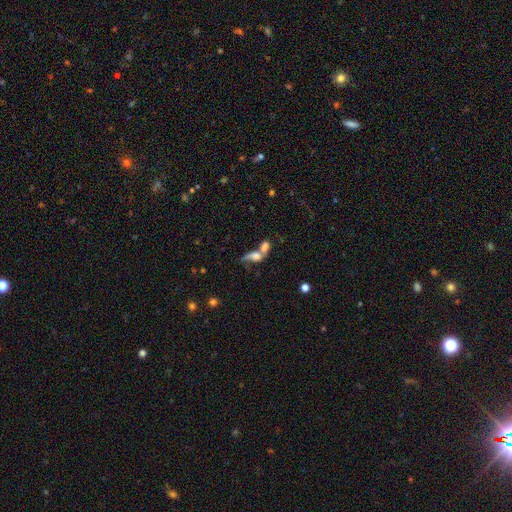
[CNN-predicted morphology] Smooth or featured?
  - smooth: 56% *
  - featured or disk: 32%
  - star or artifact: 12%
How rounded?
  - in between: 62% *
  - round: 20%
  - cigar-shaped: 17%
Merging?
  - merger: 66% *
  - none: 15%
  - major disturbance: 12%
  - minor disturbance: 7%